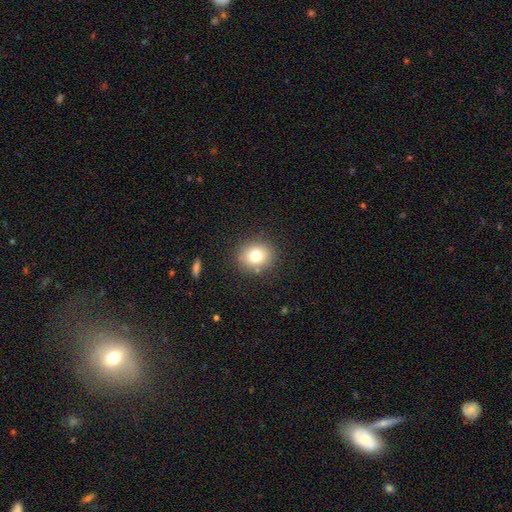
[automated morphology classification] Smooth or featured? smooth (76%)
How rounded? round (75%)
Merging? none (87%)